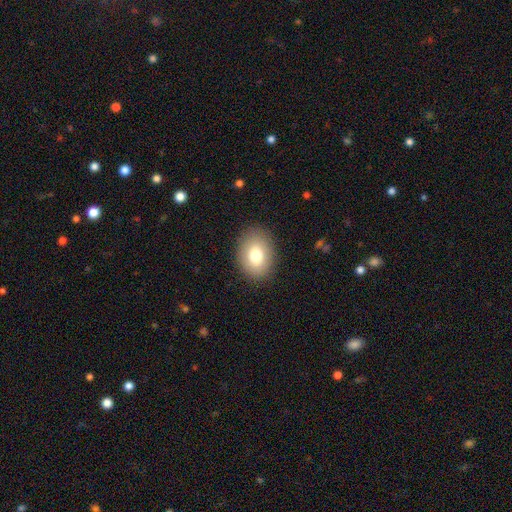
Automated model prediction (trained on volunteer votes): This appears to be a smooth galaxy with no disk features (79%) that is in between round and cigar-shaped (70%). Merging: none (87%).